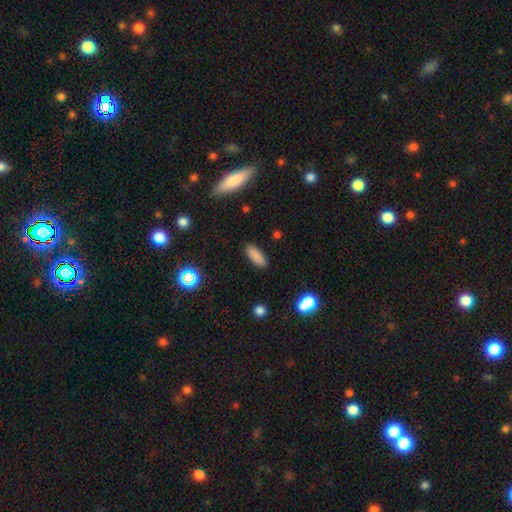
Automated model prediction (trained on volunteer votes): Smooth or featured?
  - smooth: 85% *
  - star or artifact: 9%
  - featured or disk: 5%
How rounded?
  - in between: 69% *
  - cigar-shaped: 29%
  - round: 2%
Merging?
  - none: 87% *
  - minor disturbance: 9%
  - major disturbance: 2%
  - merger: 1%